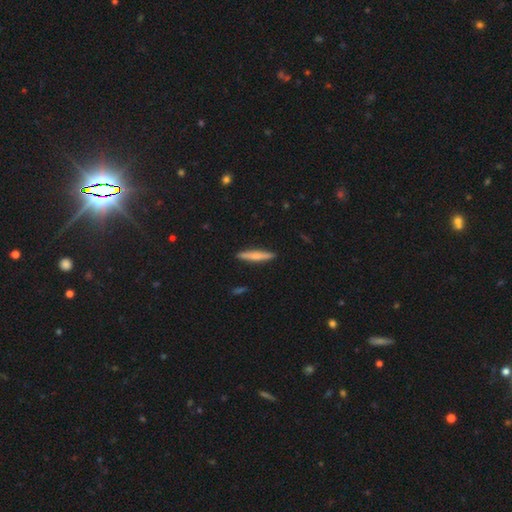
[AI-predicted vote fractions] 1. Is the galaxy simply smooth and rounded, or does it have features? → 63% smooth, 32% featured or disk, 6% star or artifact.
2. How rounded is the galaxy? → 92% cigar-shaped, 7% in between, 2% round.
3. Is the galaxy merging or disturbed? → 91% none, 7% minor disturbance, 1% major disturbance, 1% merger.